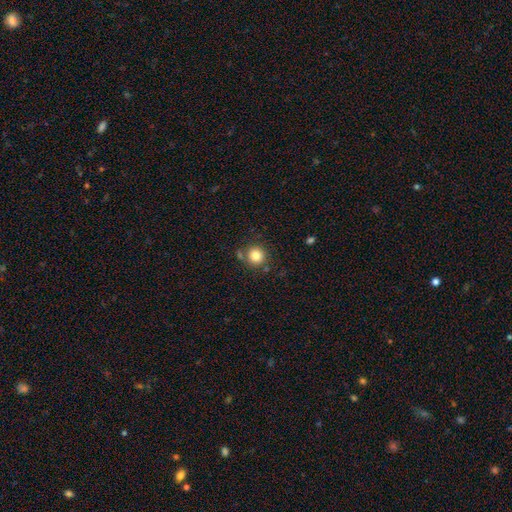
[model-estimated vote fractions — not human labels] Smooth or featured? smooth (82%)
How rounded? round (93%)
Merging? none (77%)